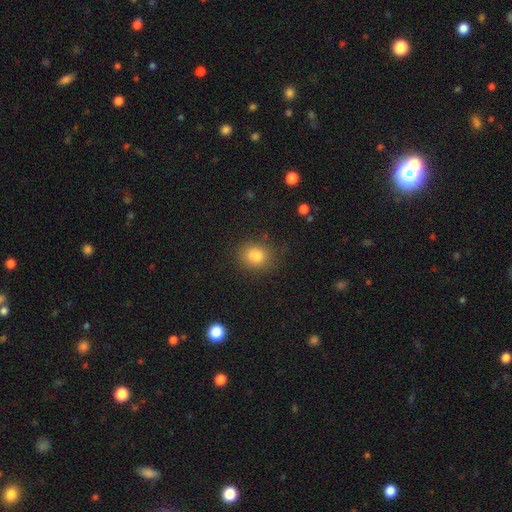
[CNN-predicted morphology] smooth 83%, star or artifact 11%, featured or disk 6%. Down the decision tree: how rounded — round (63%); merging — none (82%).